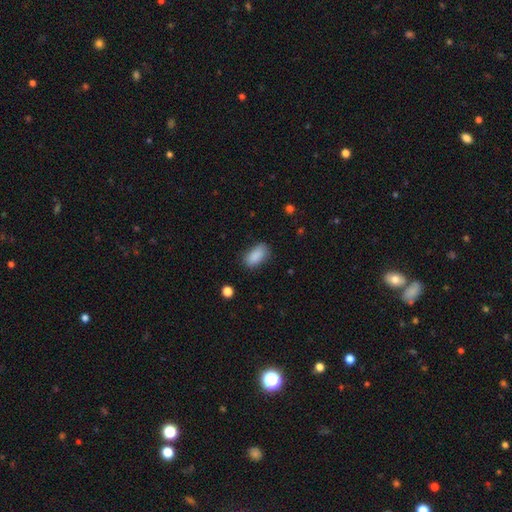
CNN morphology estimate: type=smooth (88%); roundness=in between (91%); merging=none (79%).